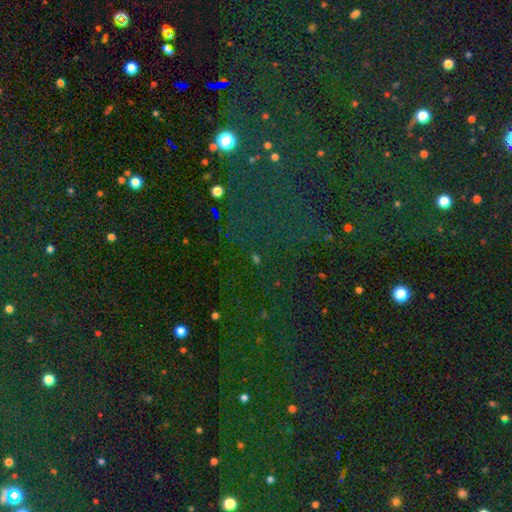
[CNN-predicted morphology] star or artifact 79%, smooth 13%, featured or disk 8%.